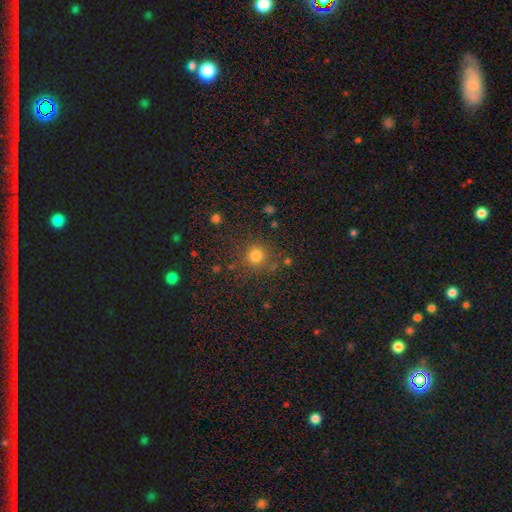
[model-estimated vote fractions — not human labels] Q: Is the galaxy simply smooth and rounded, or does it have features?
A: smooth — 79%.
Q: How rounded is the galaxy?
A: round — 92%.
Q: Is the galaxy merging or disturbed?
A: none — 82%.